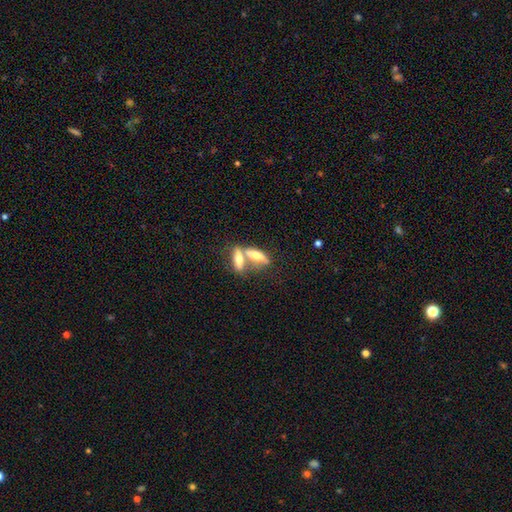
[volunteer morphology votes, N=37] This is possibly a smooth galaxy (51%). How rounded: possibly cigar-shaped (58%). Merging: likely merger (69%).